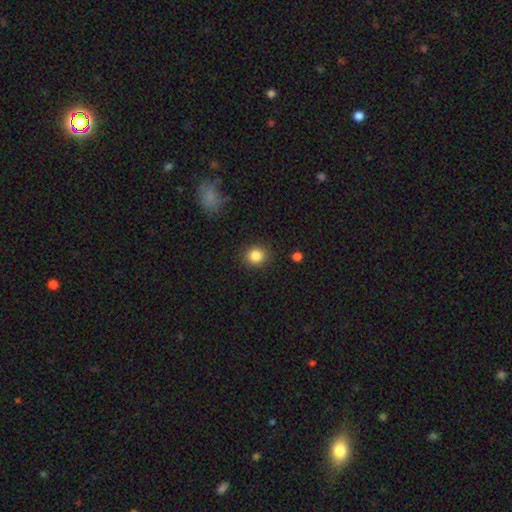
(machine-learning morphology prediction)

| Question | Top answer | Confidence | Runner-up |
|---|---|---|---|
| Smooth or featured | smooth | 85% | star or artifact (10%) |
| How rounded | round | 85% | in between (14%) |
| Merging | none | 88% | minor disturbance (8%) |